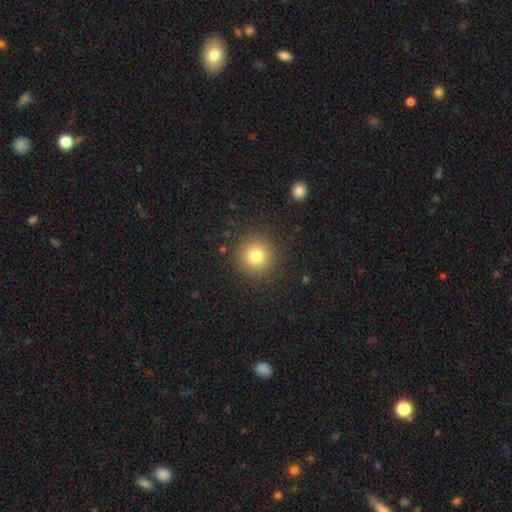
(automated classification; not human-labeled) smooth 79%, star or artifact 13%, featured or disk 9%. Down the decision tree: how rounded — round (94%); merging — none (89%).